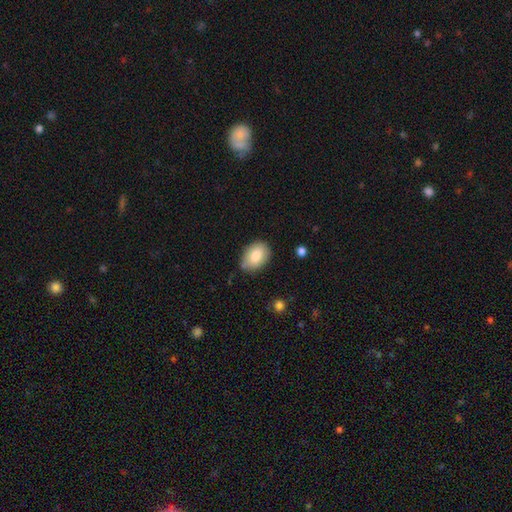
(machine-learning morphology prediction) A smooth galaxy with no disk features (83%) that is in between round and cigar-shaped (80%).

Vote fractions:
- Smooth or featured? smooth: 83% / featured or disk: 10% / star or artifact: 7%
- How rounded? in between: 80% / round: 18% / cigar-shaped: 1%
- Merging? none: 75% / minor disturbance: 19% / major disturbance: 3% / merger: 3%